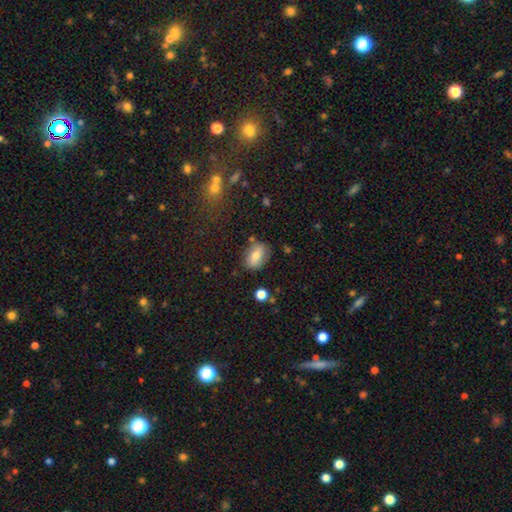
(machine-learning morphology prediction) Q: Smooth or featured?
A: smooth (69%); runner-up: featured or disk (21%)
Q: How rounded?
A: in between (81%); runner-up: round (17%)
Q: Merging?
A: none (75%); runner-up: minor disturbance (17%)